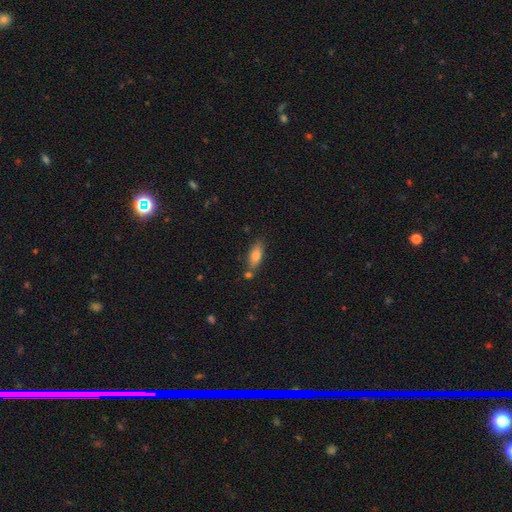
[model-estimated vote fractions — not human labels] A smooth galaxy with no disk features (77%) that is in between round and cigar-shaped (75%).

Vote fractions:
- Smooth or featured? smooth: 77% / featured or disk: 15% / star or artifact: 8%
- How rounded? in between: 75% / cigar-shaped: 22% / round: 3%
- Merging? none: 71% / minor disturbance: 14% / merger: 11% / major disturbance: 3%